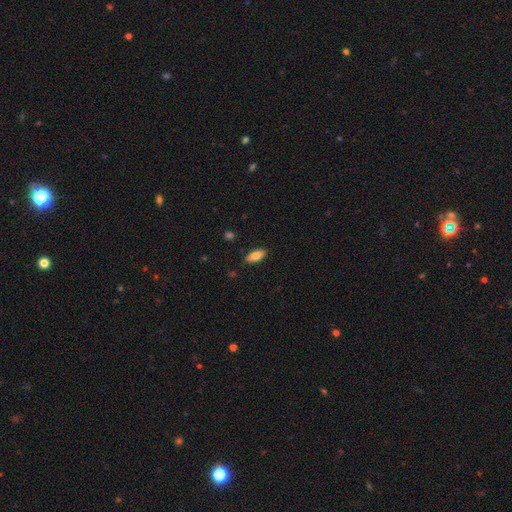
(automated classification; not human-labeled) Overall: smooth (81%). How rounded: in between (85%). Merging: none (86%).